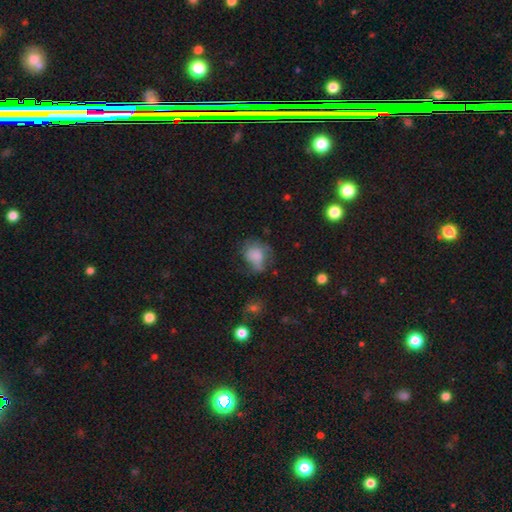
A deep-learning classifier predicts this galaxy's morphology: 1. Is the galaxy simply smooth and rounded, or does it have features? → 67% smooth, 22% featured or disk, 11% star or artifact.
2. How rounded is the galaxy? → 50% in between, 49% round, 1% cigar-shaped.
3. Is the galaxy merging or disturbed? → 37% none, 30% major disturbance, 29% minor disturbance, 4% merger.